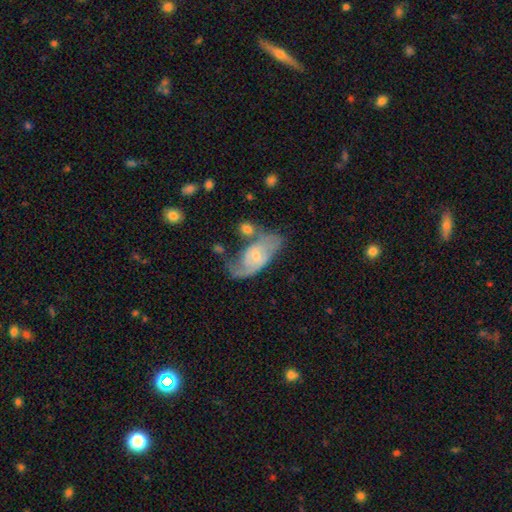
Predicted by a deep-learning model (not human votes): This appears to be a featured or disk galaxy (73%) with no bar (58%), 2 (60%) medium (44%) spiral arms (87%) and a small central bulge (60%). Merging: none (43%).